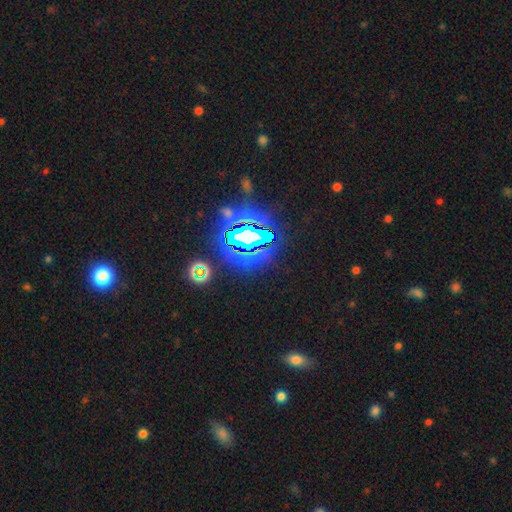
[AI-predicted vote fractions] Q: Smooth or featured?
A: star or artifact (83%); runner-up: smooth (10%)